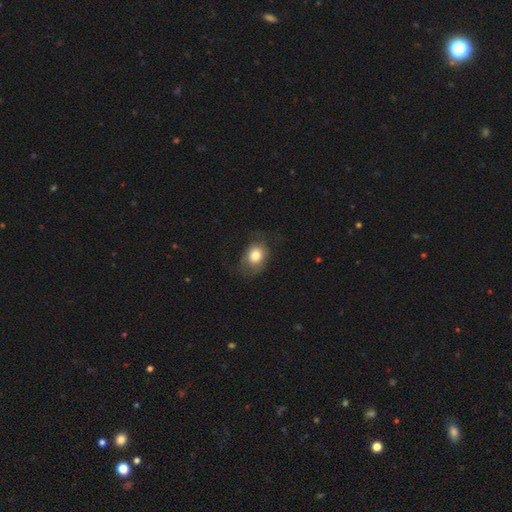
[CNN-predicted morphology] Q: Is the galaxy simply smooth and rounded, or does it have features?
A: smooth — 77%.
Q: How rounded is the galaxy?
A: in between — 53%.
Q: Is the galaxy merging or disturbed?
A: none — 58%.